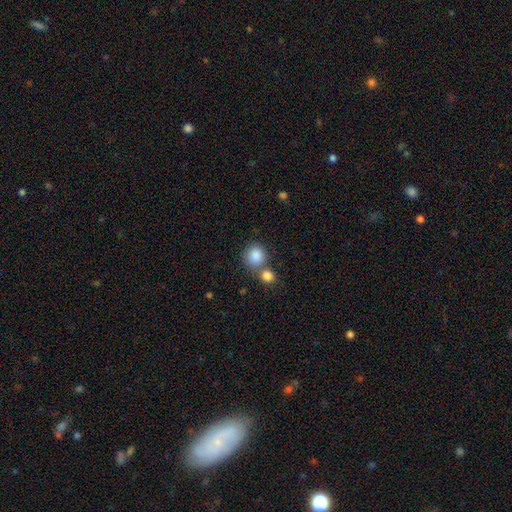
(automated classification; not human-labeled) Smooth or featured? Predicted: smooth (p=0.86). How rounded? Predicted: round (p=0.84). Merging? Predicted: none (p=0.55).